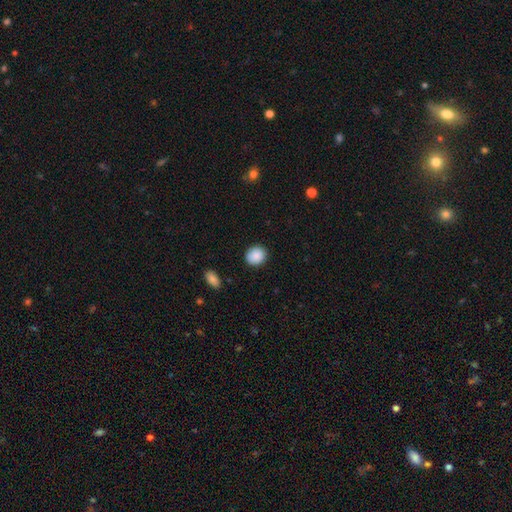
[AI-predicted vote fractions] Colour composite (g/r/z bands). It shows a smooth galaxy with no disk features (89%) that is round (75%). Merging: none (89%).